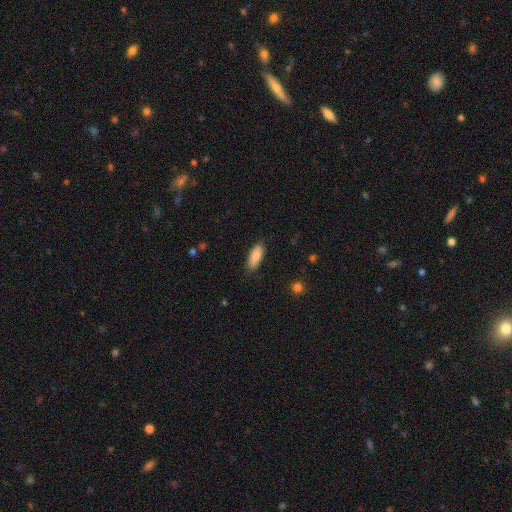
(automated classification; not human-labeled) smooth_or_featured: smooth (p=0.84) [alt: featured or disk p=0.10]
how_rounded: in between (p=0.73) [alt: cigar-shaped p=0.25]
merging: none (p=0.84) [alt: minor disturbance p=0.13]